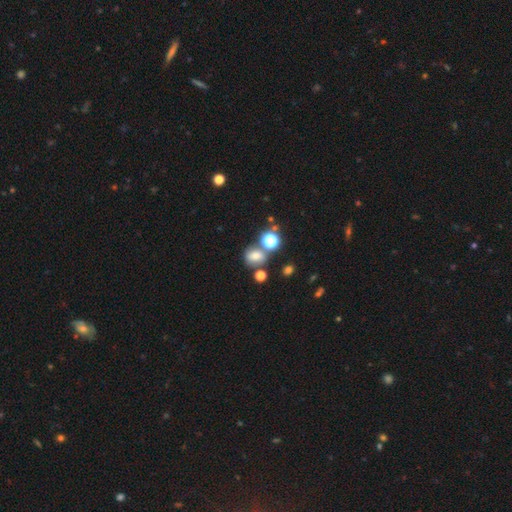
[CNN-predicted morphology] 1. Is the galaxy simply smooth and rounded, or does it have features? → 63% smooth, 23% star or artifact, 14% featured or disk.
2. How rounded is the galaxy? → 60% round, 39% in between, 1% cigar-shaped.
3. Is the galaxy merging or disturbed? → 61% none, 20% merger, 14% minor disturbance, 6% major disturbance.